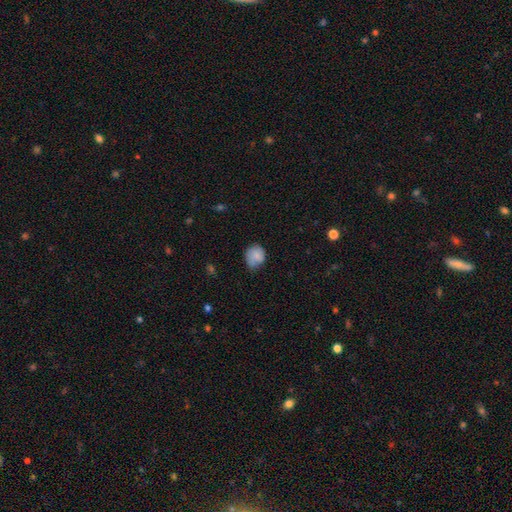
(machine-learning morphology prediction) Q: Smooth or featured?
A: smooth (78%); runner-up: featured or disk (13%)
Q: How rounded?
A: round (55%); runner-up: in between (44%)
Q: Merging?
A: none (44%); runner-up: minor disturbance (42%)